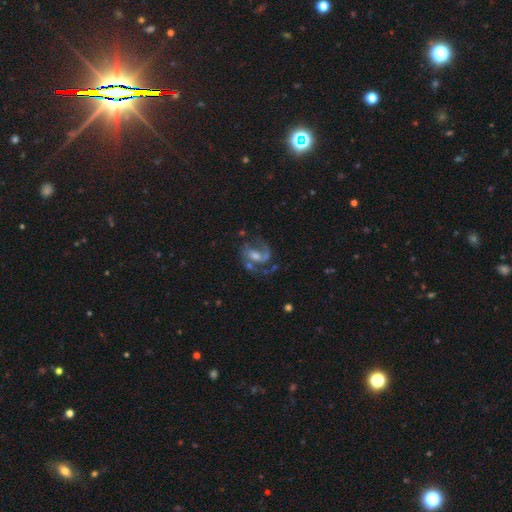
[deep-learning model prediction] Smooth or featured? featured or disk (78%)
Edge-on disk? no (97%)
Bar? weak (44%)
Spiral arms? yes (89%)
Spiral winding? medium (50%)
Spiral arm count? 2 (66%)
Bulge size? moderate (51%)
Merging? none (49%)